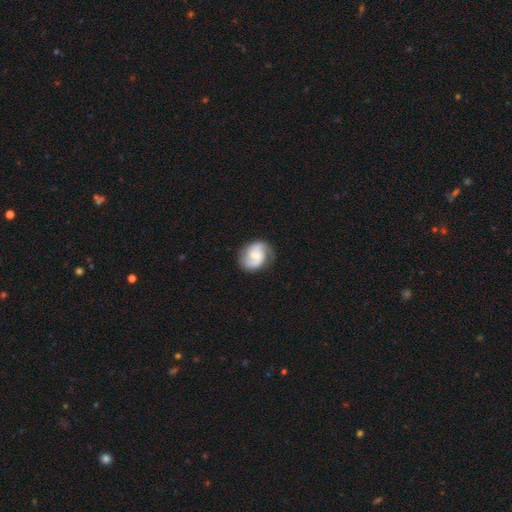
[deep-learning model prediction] This is likely a featured or disk galaxy (73%). It is clearly not viewed edge-on (98%). Bar: possibly no (52%). Spiral arm pattern: clearly yes (94%). Spiral arm count: clearly 2 (86%). Spiral winding: possibly medium (46%). Central bulge: possibly moderate (49%). Merging: likely none (77%).